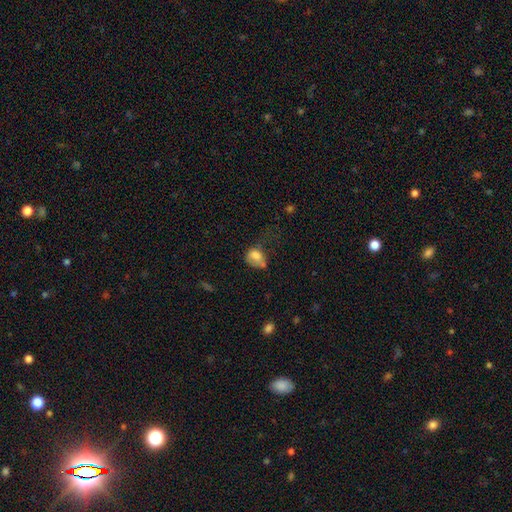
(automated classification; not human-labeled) Smooth or featured? Predicted: smooth (p=0.73). How rounded? Predicted: in between (p=0.61). Merging? Predicted: major disturbance (p=0.32).